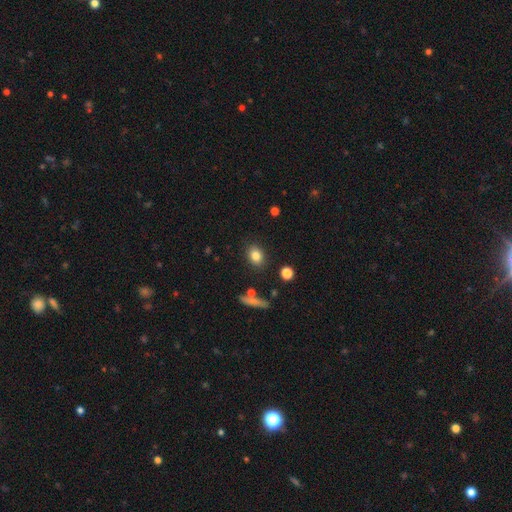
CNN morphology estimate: Smooth or featured?
  - smooth: 82% *
  - star or artifact: 10%
  - featured or disk: 8%
How rounded?
  - in between: 56% *
  - round: 42%
  - cigar-shaped: 3%
Merging?
  - none: 85% *
  - minor disturbance: 9%
  - merger: 3%
  - major disturbance: 3%